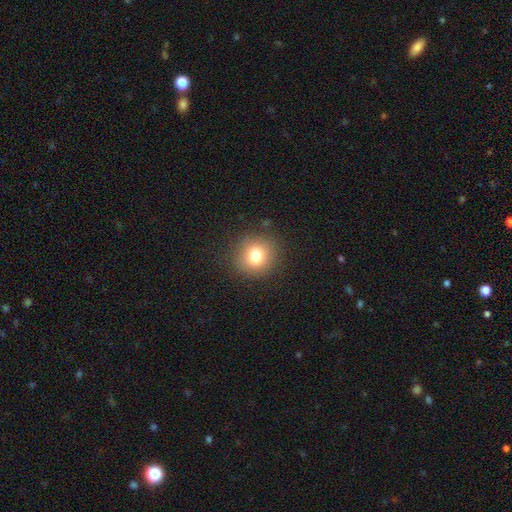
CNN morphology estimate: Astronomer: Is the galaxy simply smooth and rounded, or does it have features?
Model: smooth — 79%.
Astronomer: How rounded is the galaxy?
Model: round — 88%.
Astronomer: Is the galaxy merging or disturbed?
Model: none — 88%.